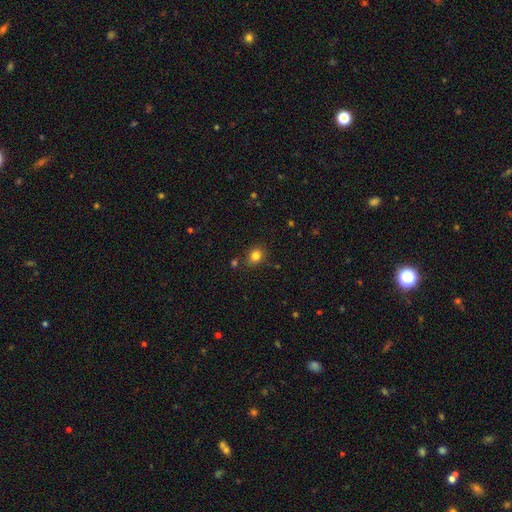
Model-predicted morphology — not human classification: Q: Smooth or featured?
A: smooth (82%); runner-up: star or artifact (12%)
Q: How rounded?
A: round (64%); runner-up: in between (35%)
Q: Merging?
A: none (80%); runner-up: minor disturbance (13%)